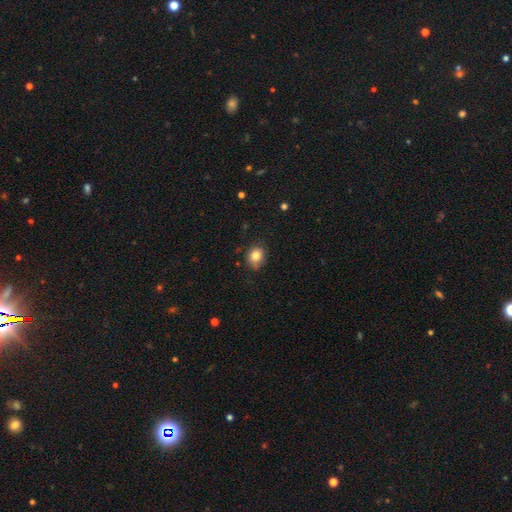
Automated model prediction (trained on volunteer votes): A smooth galaxy with no disk features (81%) that is round (66%). Merging: none (75%).